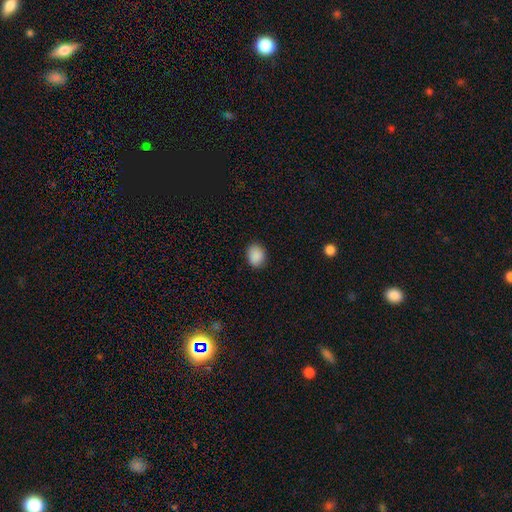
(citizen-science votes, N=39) A smooth galaxy with no disk features (97%) that is in between round and cigar-shaped (61%). Merging: none (84%).